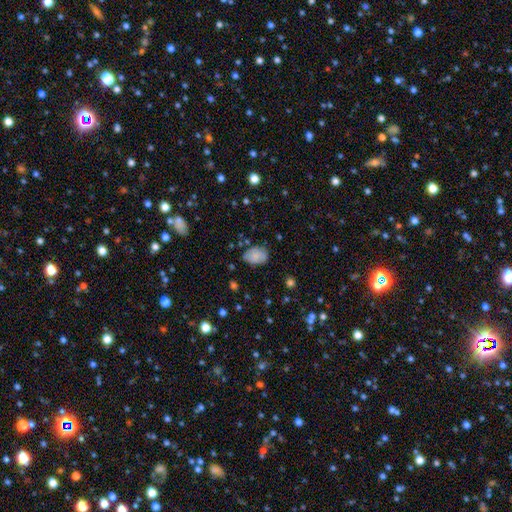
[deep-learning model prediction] This is clearly a smooth galaxy (82%). How rounded: likely in between (78%). Merging: likely none (70%).